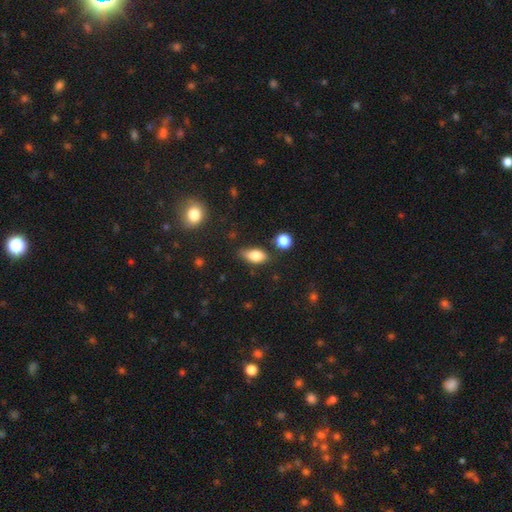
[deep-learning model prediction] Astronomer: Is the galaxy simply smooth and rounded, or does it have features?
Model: smooth — 79%.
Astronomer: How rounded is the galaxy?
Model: in between — 85%.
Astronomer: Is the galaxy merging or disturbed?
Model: none — 68%.